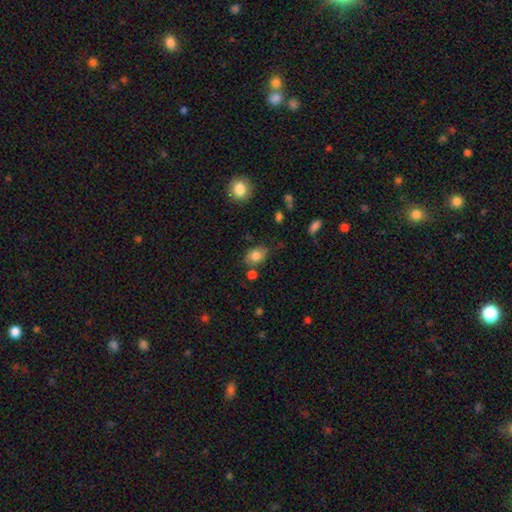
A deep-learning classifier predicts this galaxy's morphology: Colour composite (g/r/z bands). It shows a smooth galaxy with no disk features (80%) that is in between round and cigar-shaped (71%). Merging: none (68%).